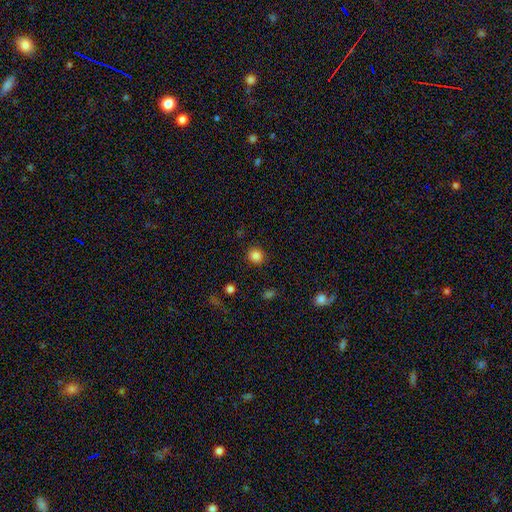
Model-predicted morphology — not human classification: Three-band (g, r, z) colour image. It shows a smooth galaxy with no disk features (84%) that is round (89%). Merging: none (90%).